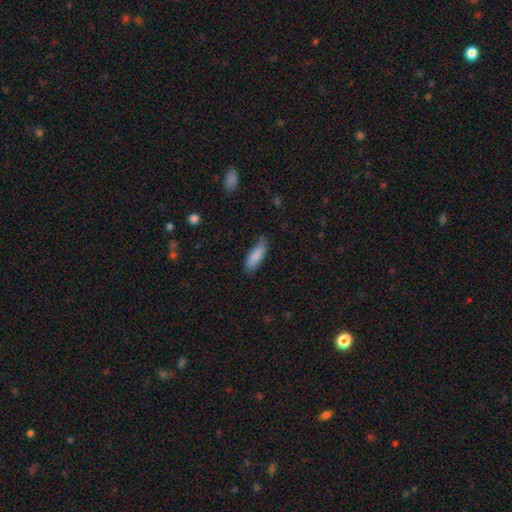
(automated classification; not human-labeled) Smooth or featured: smooth — 87% (featured or disk — 7%)
How rounded: in between — 58% (cigar-shaped — 41%)
Merging: none — 76% (minor disturbance — 19%)